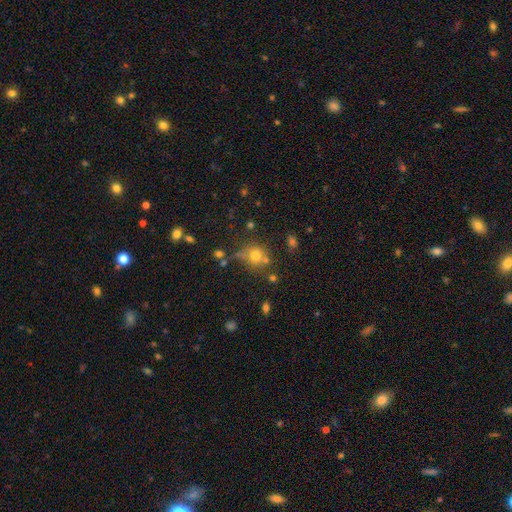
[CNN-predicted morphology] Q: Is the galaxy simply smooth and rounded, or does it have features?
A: smooth — 69%.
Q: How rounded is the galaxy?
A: round — 85%.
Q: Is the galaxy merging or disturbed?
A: none — 64%.